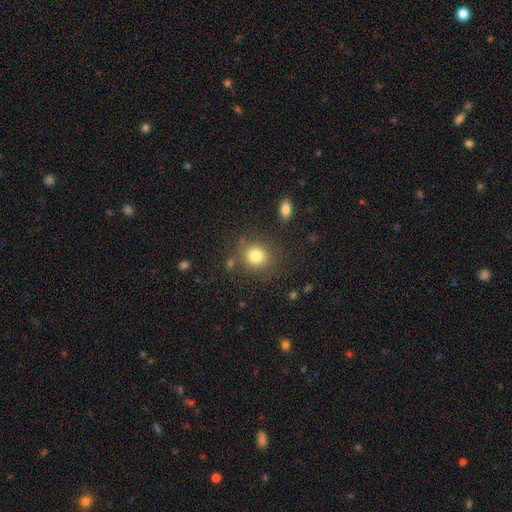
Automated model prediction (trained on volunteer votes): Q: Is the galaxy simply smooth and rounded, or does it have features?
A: smooth — 81%.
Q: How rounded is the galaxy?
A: round — 81%.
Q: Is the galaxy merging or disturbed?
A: none — 80%.